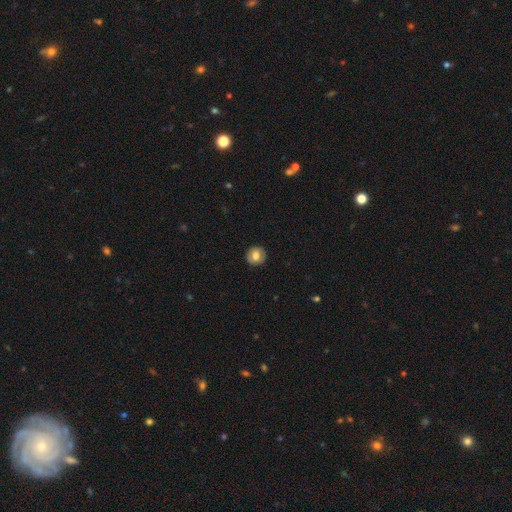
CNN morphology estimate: Smooth or featured? smooth (72%)
How rounded? round (91%)
Merging? none (90%)